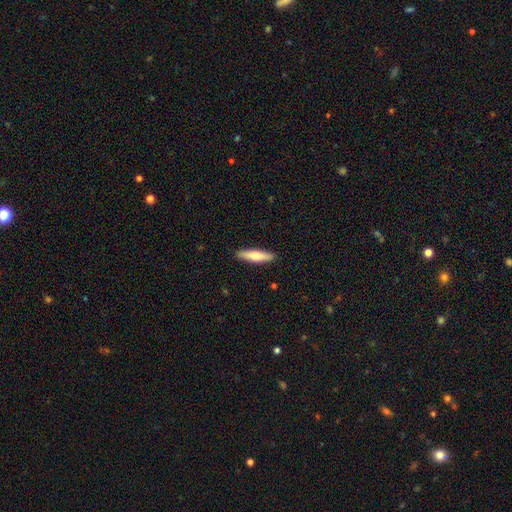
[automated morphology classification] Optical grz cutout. It shows a smooth galaxy with no disk features (59%) that is cigar-shaped (80%). Merging: none (91%).